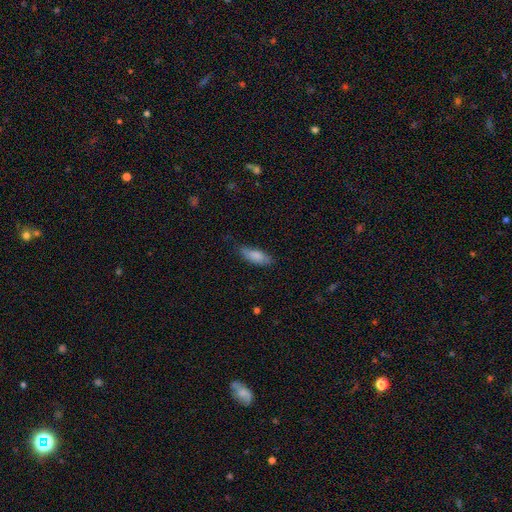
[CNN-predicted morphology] Smooth or featured? Predicted: smooth (p=0.84). How rounded? Predicted: in between (p=0.73). Merging? Predicted: none (p=0.68).